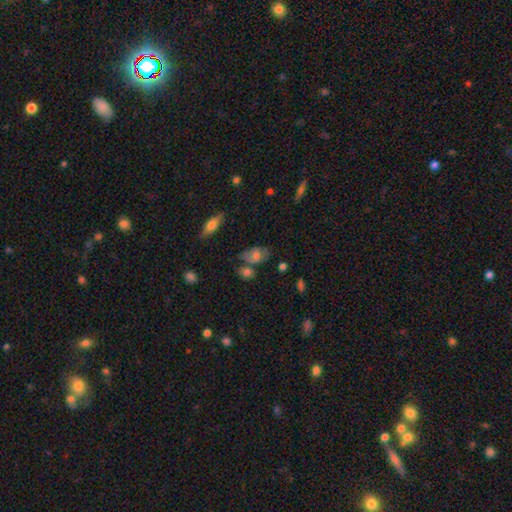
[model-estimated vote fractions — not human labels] smooth_or_featured: smooth (p=0.57) [alt: featured or disk p=0.30]
how_rounded: in between (p=0.82) [alt: round p=0.15]
merging: none (p=0.52) [alt: minor disturbance p=0.22]